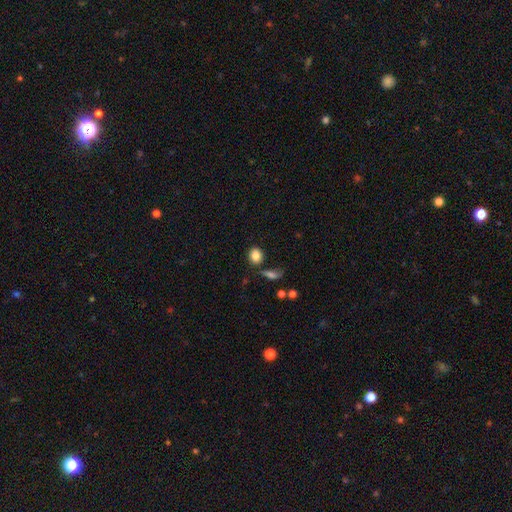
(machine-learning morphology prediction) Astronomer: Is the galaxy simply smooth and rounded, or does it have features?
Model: smooth — 85%.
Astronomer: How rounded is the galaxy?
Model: round — 64%.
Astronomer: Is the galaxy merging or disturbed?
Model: none — 75%.